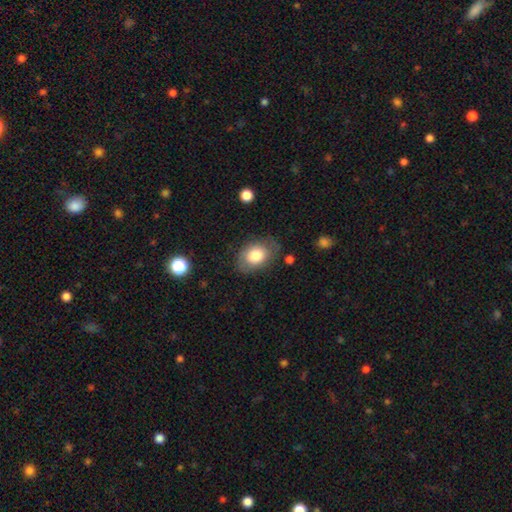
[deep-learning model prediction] Q: Smooth or featured?
A: smooth (77%); runner-up: featured or disk (15%)
Q: How rounded?
A: in between (81%); runner-up: round (18%)
Q: Merging?
A: none (72%); runner-up: minor disturbance (20%)